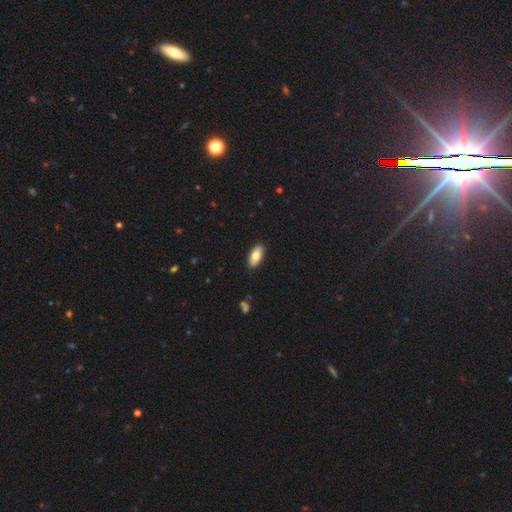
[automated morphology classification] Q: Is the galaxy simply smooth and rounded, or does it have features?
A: smooth — 79%.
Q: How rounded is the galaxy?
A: in between — 91%.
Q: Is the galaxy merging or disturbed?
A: none — 89%.